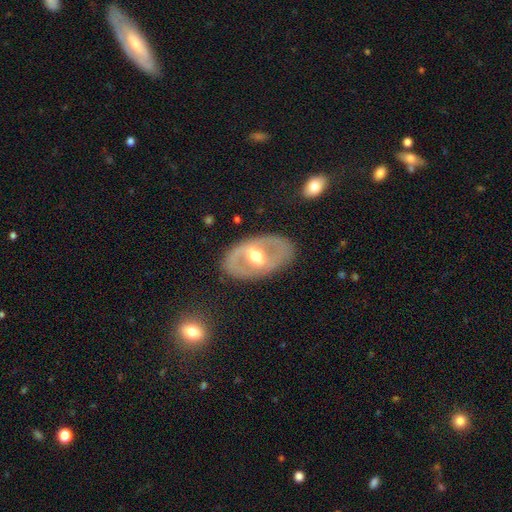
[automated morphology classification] This appears to be a featured or disk galaxy (72%) with a weak bar (40%), no spiral arms (63%) and a moderate central bulge (73%). Merging: none (80%).